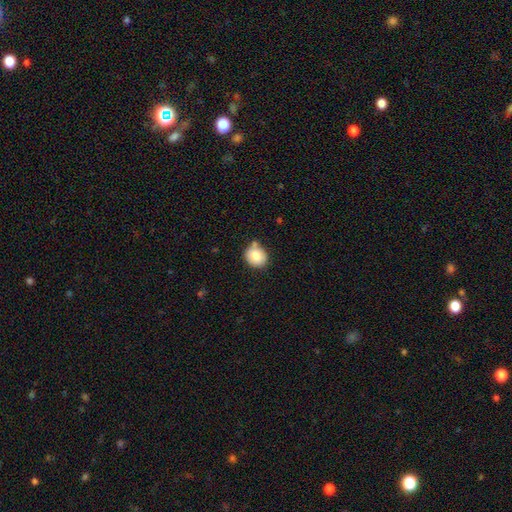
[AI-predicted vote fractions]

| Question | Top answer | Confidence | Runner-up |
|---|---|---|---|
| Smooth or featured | smooth | 80% | featured or disk (12%) |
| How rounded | round | 81% | in between (18%) |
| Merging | none | 67% | minor disturbance (18%) |